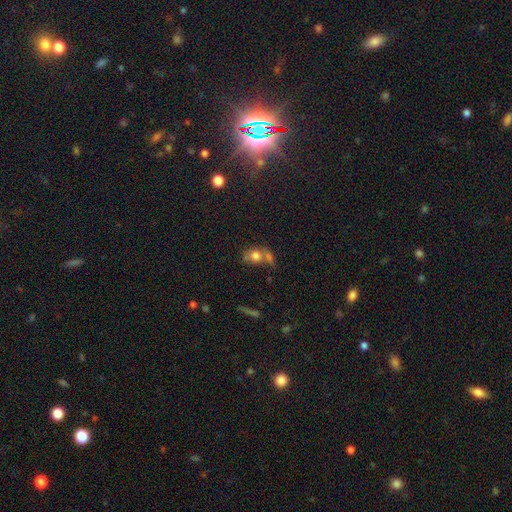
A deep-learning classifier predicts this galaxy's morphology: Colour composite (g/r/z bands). It shows a smooth galaxy with no disk features (71%) that is round (54%). Merging: merger (42%).